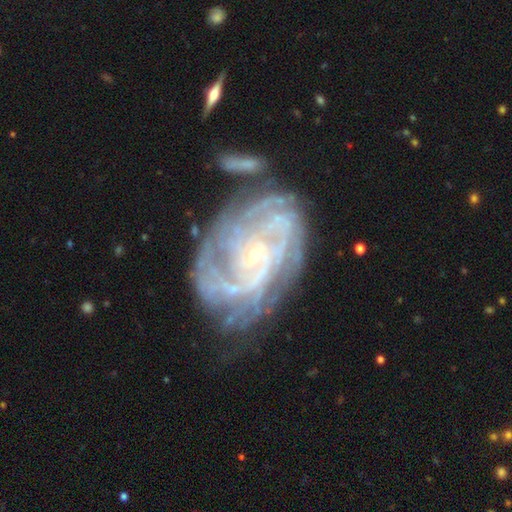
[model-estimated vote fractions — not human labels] featured or disk 88%, star or artifact 6%, smooth 6%. Down the decision tree: edge-on disk — no (97%); bar — no (69%); spiral arms — yes (96%); spiral arm count — can't tell (30%); spiral winding — tight (71%); bulge size — small (86%); merging — none (53%).